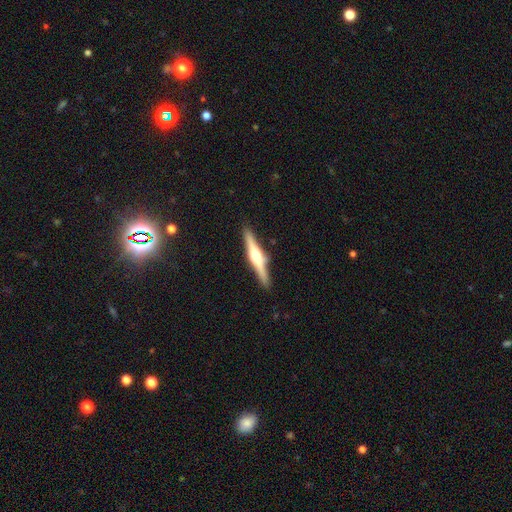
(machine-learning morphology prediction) Smooth or featured? featured or disk (74%)
Edge-on disk? yes (98%)
Edge-on bulge? rounded (92%)
Merging? none (86%)